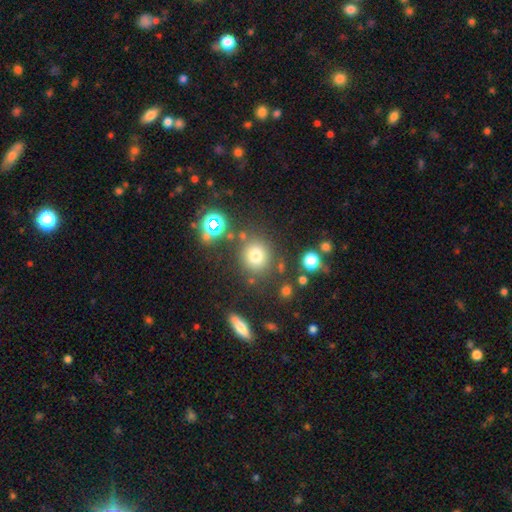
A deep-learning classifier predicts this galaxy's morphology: A smooth galaxy with no disk features (73%) that is round (87%). Merging: none (79%).